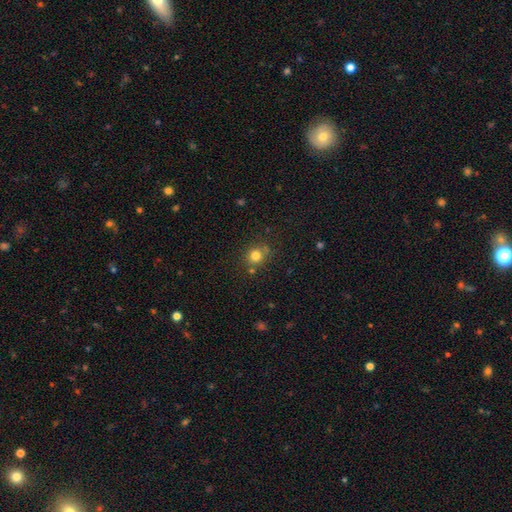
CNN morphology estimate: The model was most divided on "merging": none: 74%, minor disturbance: 12%, merger: 9%, major disturbance: 4%. More confident: how rounded — round (86%); smooth or featured — smooth (79%).